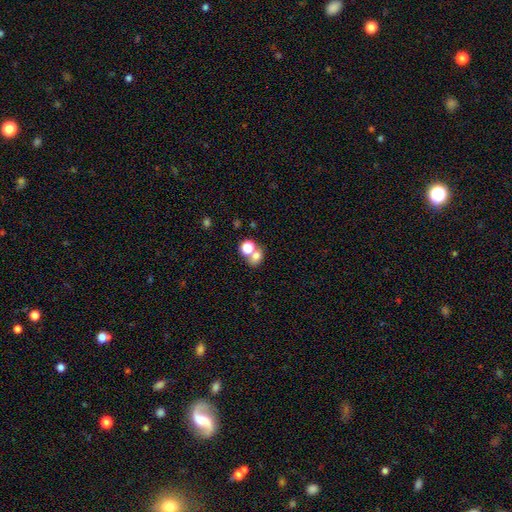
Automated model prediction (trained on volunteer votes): smooth 72%, star or artifact 16%, featured or disk 13%. Down the decision tree: how rounded — round (52%); merging — merger (47%).